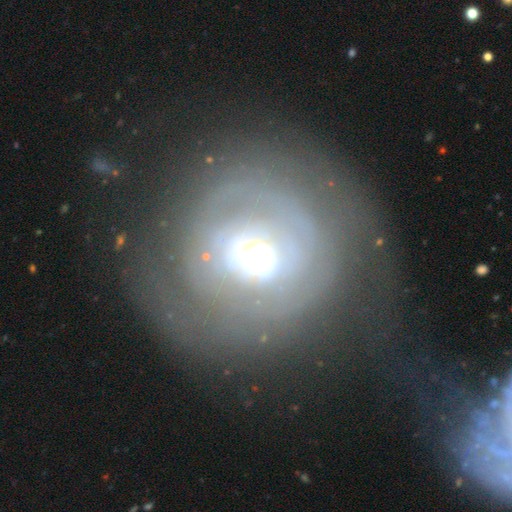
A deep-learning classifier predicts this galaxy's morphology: Overall: featured or disk (64%; smooth 25%). Edge-on disk: no (96%). Bar: no (72%). Spiral arms: no (52%; yes 48%). Bulge size: moderate (59%; small 20%). Merging: none (54%; major disturbance 25%).